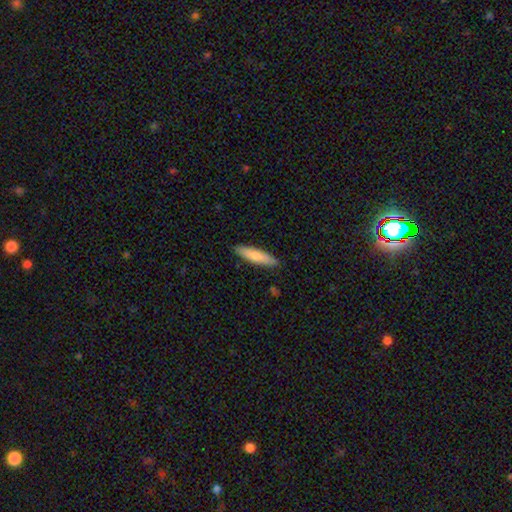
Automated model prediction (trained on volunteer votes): A smooth galaxy with no disk features (79%) that is cigar-shaped (80%).

Vote fractions:
- Smooth or featured? smooth: 79% / featured or disk: 16% / star or artifact: 5%
- How rounded? cigar-shaped: 80% / in between: 19% / round: 1%
- Merging? none: 88% / minor disturbance: 9% / major disturbance: 2% / merger: 1%